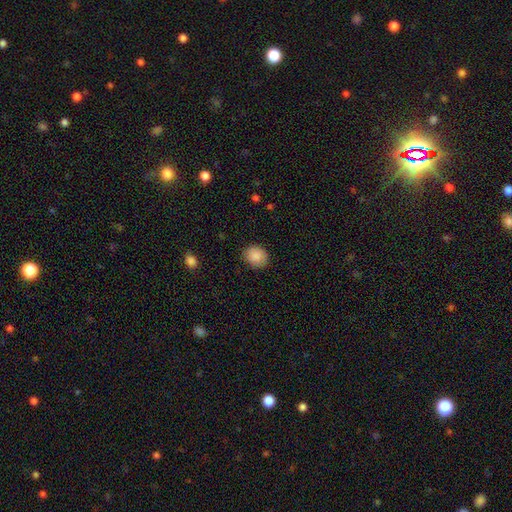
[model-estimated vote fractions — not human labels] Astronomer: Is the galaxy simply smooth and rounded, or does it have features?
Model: smooth — 88%.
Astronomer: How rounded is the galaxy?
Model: round — 61% (runner-up: in between, 38%).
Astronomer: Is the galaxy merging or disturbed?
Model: none — 86%.